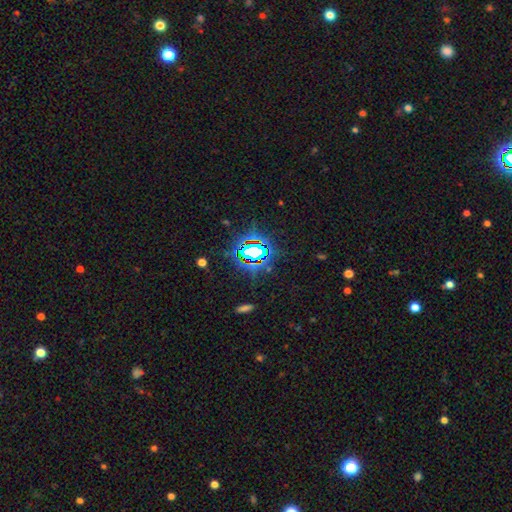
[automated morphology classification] Smooth or featured?
  - star or artifact: 72% *
  - smooth: 16%
  - featured or disk: 13%